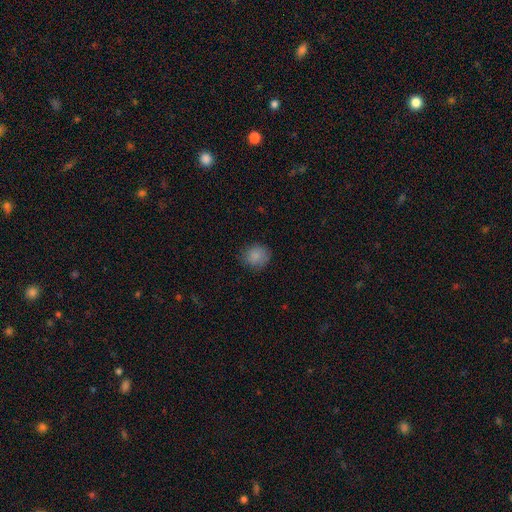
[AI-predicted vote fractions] Smooth or featured? smooth (86%)
How rounded? round (78%)
Merging? none (80%)